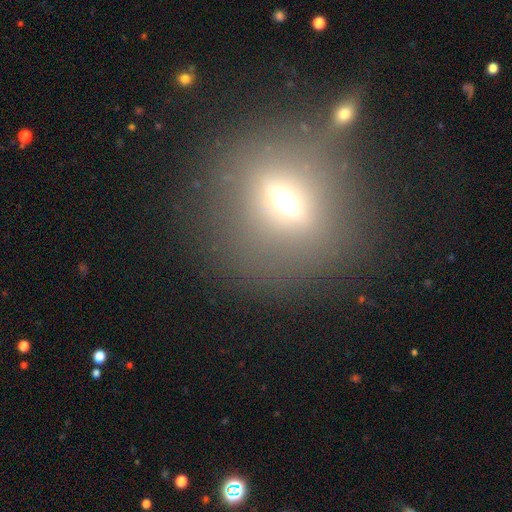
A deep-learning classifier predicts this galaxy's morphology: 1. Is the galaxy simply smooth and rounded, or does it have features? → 39% smooth (tied), 39% featured or disk (tied), 22% star or artifact.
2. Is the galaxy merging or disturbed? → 82% none, 9% minor disturbance, 5% major disturbance, 4% merger.